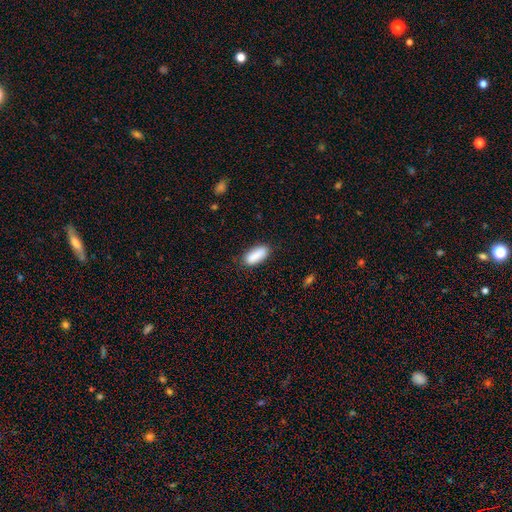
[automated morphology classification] smooth_or_featured: smooth (p=0.89) [alt: star or artifact p=0.07]
how_rounded: in between (p=0.78) [alt: cigar-shaped p=0.20]
merging: none (p=0.82) [alt: minor disturbance p=0.13]